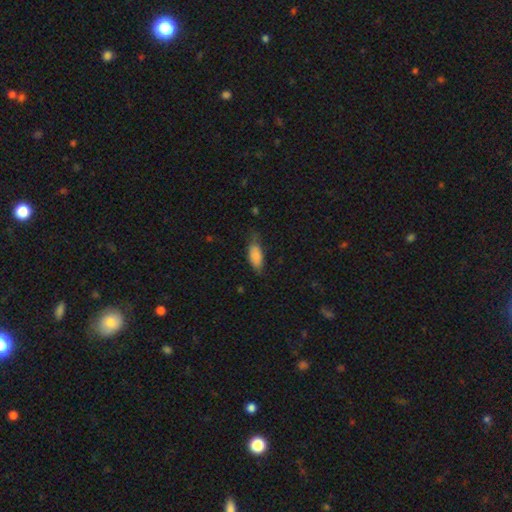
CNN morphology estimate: smooth 84%, featured or disk 9%, star or artifact 7%. Down the decision tree: how rounded — in between (82%); merging — none (56%).